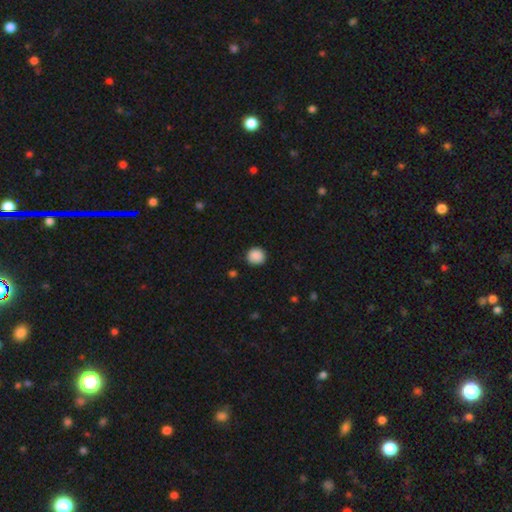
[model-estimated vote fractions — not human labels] smooth_or_featured: smooth (p=0.88) [alt: star or artifact p=0.09]
how_rounded: round (p=0.91) [alt: in between p=0.08]
merging: none (p=0.88) [alt: minor disturbance p=0.08]